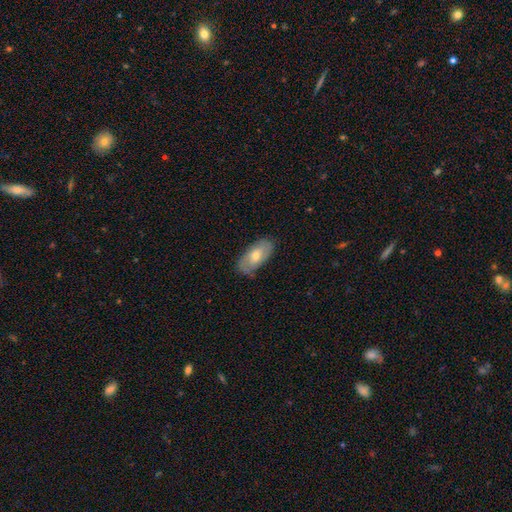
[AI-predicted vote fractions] A featured or disk galaxy (47%, tied with smooth).

Vote fractions:
- Smooth or featured? featured or disk: 47% (tied) / smooth: 47% (tied) / star or artifact: 6%
- Merging? none: 77% / minor disturbance: 18% / major disturbance: 4% / merger: 1%